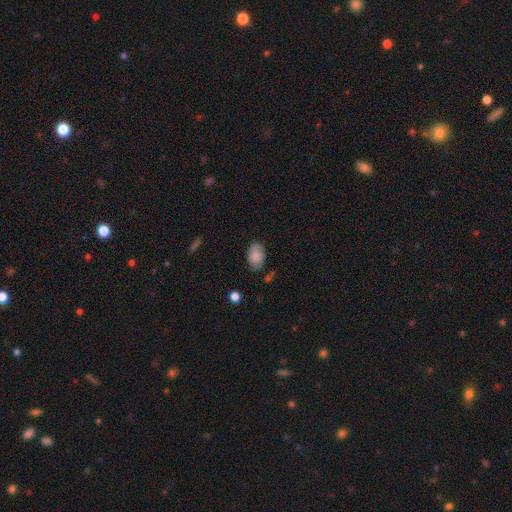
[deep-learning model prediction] This appears to be a smooth galaxy with no disk features (84%) that is in between round and cigar-shaped (90%). Merging: none (77%).